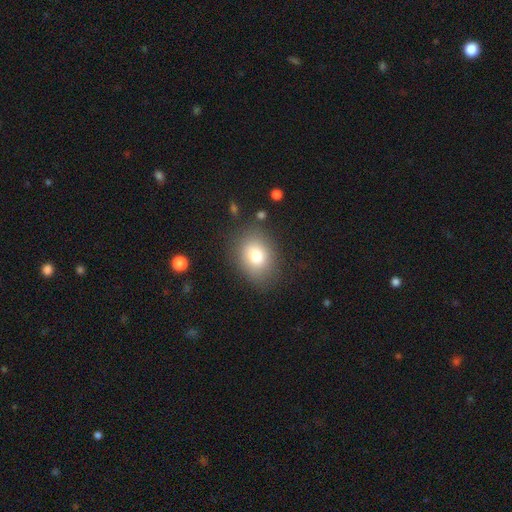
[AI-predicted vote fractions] This appears to be a smooth galaxy with no disk features (78%) that is in between round and cigar-shaped (59%). Merging: none (80%).